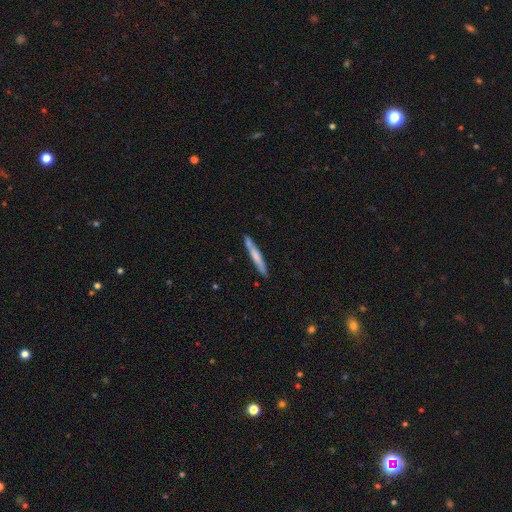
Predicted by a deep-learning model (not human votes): Smooth or featured? Predicted: smooth (p=0.61). How rounded? Predicted: cigar-shaped (p=0.95). Merging? Predicted: none (p=0.83).